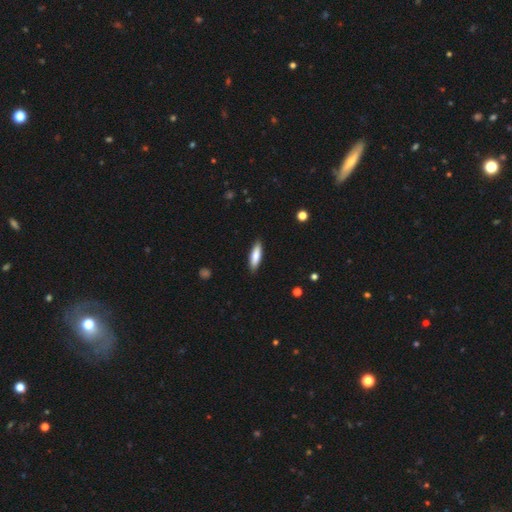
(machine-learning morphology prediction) A smooth galaxy with no disk features (80%) that is cigar-shaped (58%).

Vote fractions:
- Smooth or featured? smooth: 80% / featured or disk: 14% / star or artifact: 6%
- How rounded? cigar-shaped: 58% / in between: 41% / round: 2%
- Merging? none: 88% / minor disturbance: 9% / major disturbance: 2% / merger: 1%